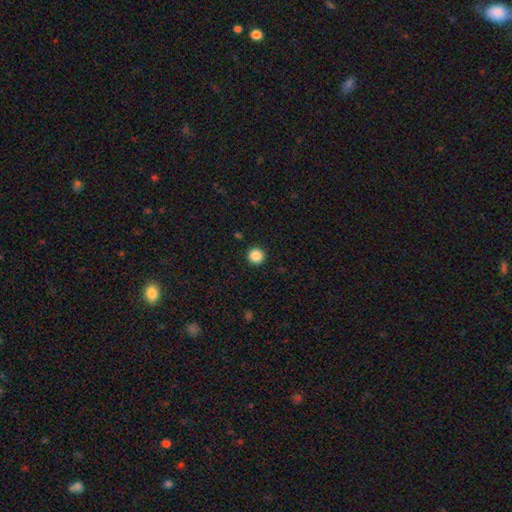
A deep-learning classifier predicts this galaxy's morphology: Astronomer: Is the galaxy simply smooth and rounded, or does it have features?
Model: smooth — 86%.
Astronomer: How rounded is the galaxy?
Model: round — 96%.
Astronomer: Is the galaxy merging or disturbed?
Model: none — 93%.